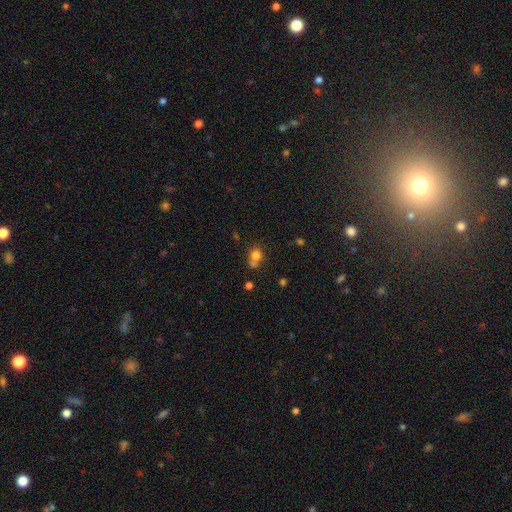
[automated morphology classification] smooth_or_featured: smooth (p=0.76) [alt: star or artifact p=0.14]
how_rounded: round (p=0.78) [alt: in between p=0.21]
merging: none (p=0.44) [alt: merger p=0.40]